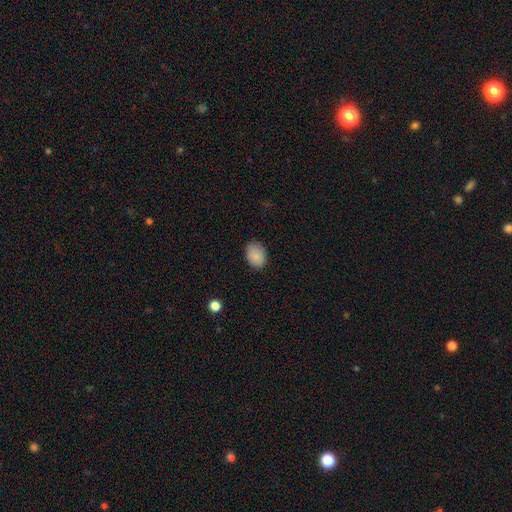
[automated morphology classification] Smooth or featured?
  - smooth: 88% *
  - star or artifact: 8%
  - featured or disk: 4%
How rounded?
  - in between: 73% *
  - round: 26%
  - cigar-shaped: 1%
Merging?
  - none: 84% *
  - minor disturbance: 12%
  - major disturbance: 3%
  - merger: 1%